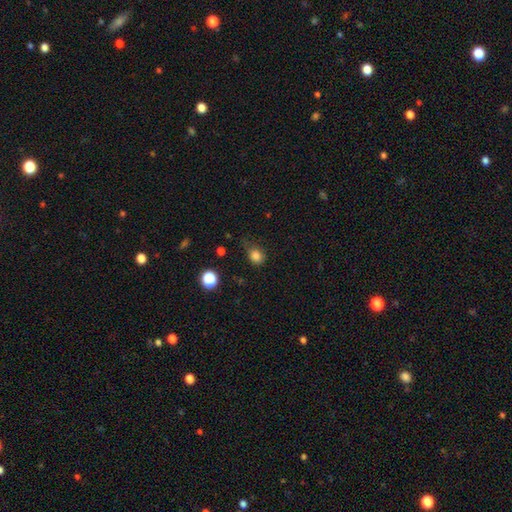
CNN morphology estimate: This is clearly a smooth galaxy (82%). How rounded: possibly round (59%). Merging: likely none (61%).